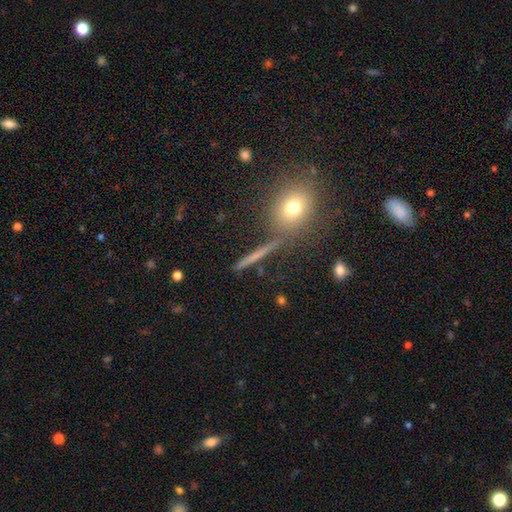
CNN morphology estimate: Overall: smooth (45%; featured or disk 41%). Merging: none (85%).